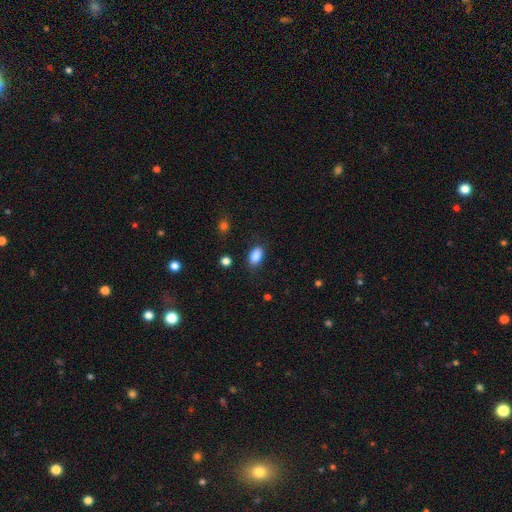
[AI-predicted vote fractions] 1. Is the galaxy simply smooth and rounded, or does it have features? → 86% smooth, 8% star or artifact, 6% featured or disk.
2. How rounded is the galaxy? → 90% in between, 8% round, 2% cigar-shaped.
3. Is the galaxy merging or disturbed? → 85% none, 11% minor disturbance, 3% major disturbance, 2% merger.